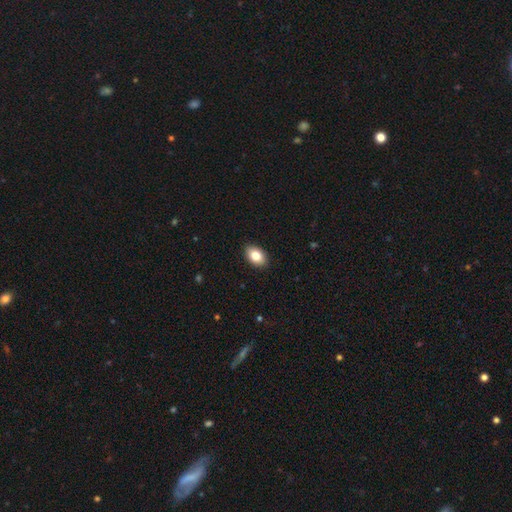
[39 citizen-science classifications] smooth 92%, featured or disk 8%, star or artifact 0%. Down the decision tree: how rounded — in between (92%); merging — none (97%).